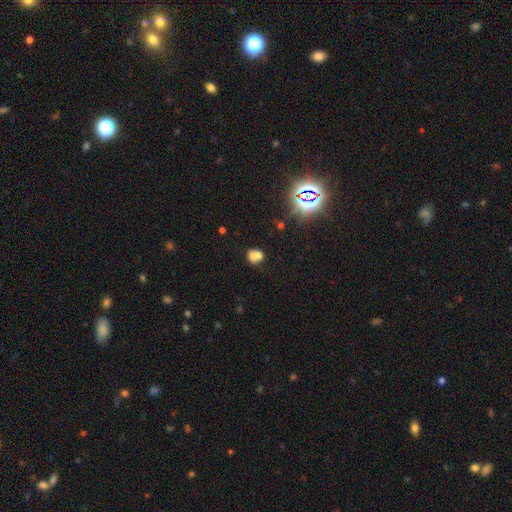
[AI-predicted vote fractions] smooth_or_featured: smooth (p=0.65) [alt: star or artifact p=0.18]
how_rounded: round (p=0.62) [alt: in between p=0.37]
merging: merger (p=0.48) [alt: none p=0.35]